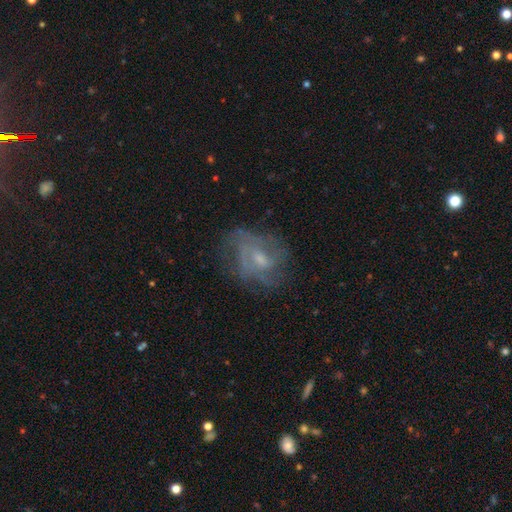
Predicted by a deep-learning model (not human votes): Q: Smooth or featured?
A: featured or disk (58%); runner-up: smooth (23%)
Q: Edge-on disk?
A: no (96%); runner-up: yes (4%)
Q: Bar?
A: no (51%); runner-up: weak (41%)
Q: Spiral arms?
A: yes (77%); runner-up: no (23%)
Q: Bulge size?
A: small (46%); runner-up: moderate (41%)
Q: Merging?
A: none (69%); runner-up: minor disturbance (18%)